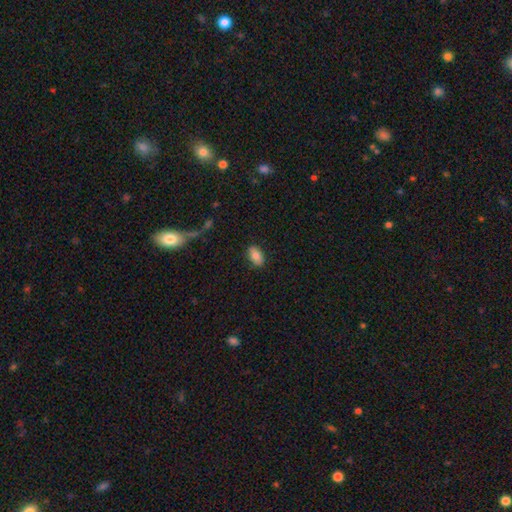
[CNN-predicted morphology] A smooth galaxy with no disk features (82%) that is in between round and cigar-shaped (91%).

Vote fractions:
- Smooth or featured? smooth: 82% / featured or disk: 10% / star or artifact: 8%
- How rounded? in between: 91% / round: 5% / cigar-shaped: 4%
- Merging? none: 87% / minor disturbance: 10% / major disturbance: 2% / merger: 1%